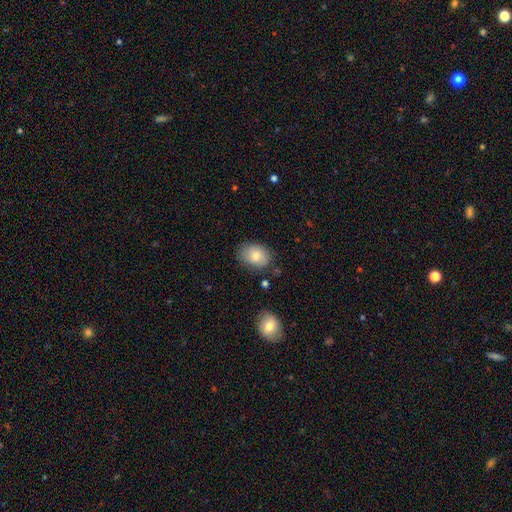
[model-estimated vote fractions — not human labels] Morphology: type=smooth (79%); roundness=in between (61%); merging=none (78%).